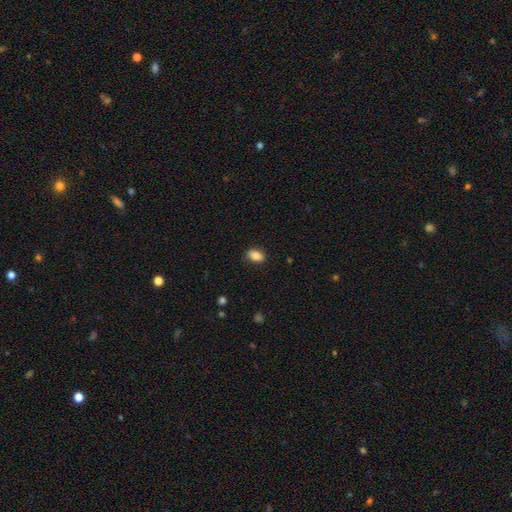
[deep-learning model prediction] smooth-or-featured: smooth: 85% | star or artifact: 8% | featured or disk: 6%
  how-rounded: in between: 85% | round: 13% | cigar-shaped: 2%
  merging: none: 86% | minor disturbance: 11% | major disturbance: 2% | merger: 1%